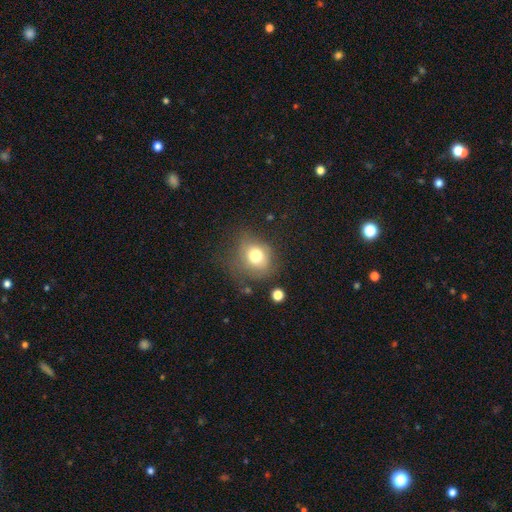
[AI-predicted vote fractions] Morphology: type=smooth (73%); roundness=round (75%); merging=none (57%).